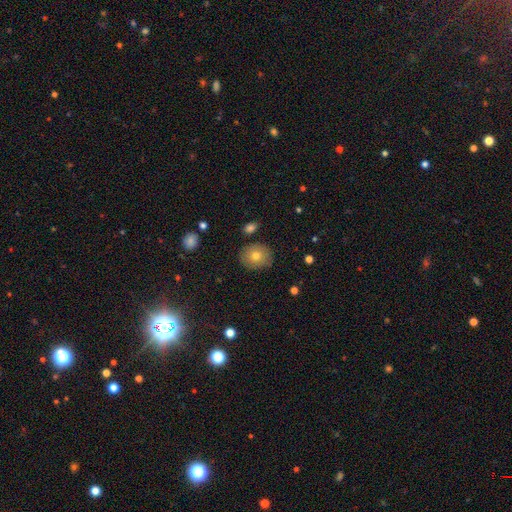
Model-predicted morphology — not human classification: Smooth or featured?
  - smooth: 72% *
  - featured or disk: 18%
  - star or artifact: 10%
How rounded?
  - round: 62% *
  - in between: 37%
  - cigar-shaped: 1%
Merging?
  - none: 83% *
  - minor disturbance: 12%
  - major disturbance: 3%
  - merger: 2%